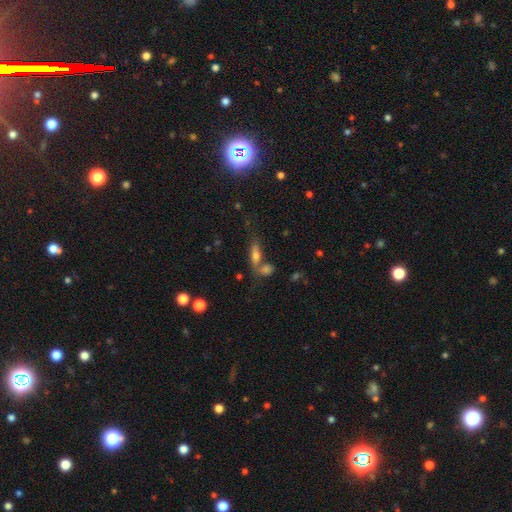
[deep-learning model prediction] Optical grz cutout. It shows a smooth galaxy with no disk features (64%) that is in between round and cigar-shaped (53%). Merging: none (44%).